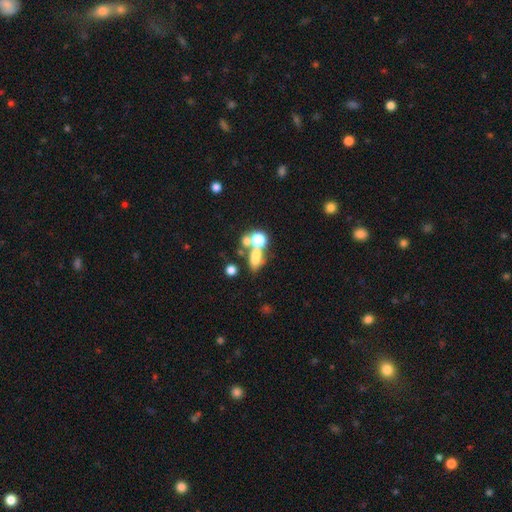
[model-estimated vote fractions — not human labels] A smooth galaxy with no disk features (55%) that is in between round and cigar-shaped (54%).

Vote fractions:
- Smooth or featured? smooth: 55% / featured or disk: 24% / star or artifact: 21%
- How rounded? in between: 54% / round: 42% / cigar-shaped: 4%
- Merging? merger: 49% / none: 30% / major disturbance: 11% / minor disturbance: 9%